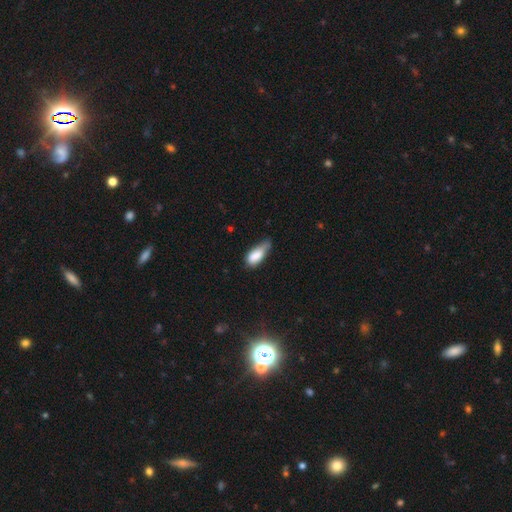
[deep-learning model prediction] Smooth or featured?
  - smooth: 82% *
  - featured or disk: 11%
  - star or artifact: 7%
How rounded?
  - in between: 79% *
  - cigar-shaped: 18%
  - round: 3%
Merging?
  - minor disturbance: 50% *
  - none: 28%
  - major disturbance: 18%
  - merger: 4%